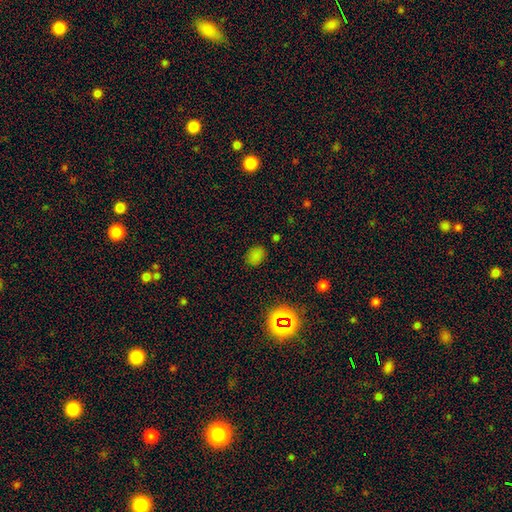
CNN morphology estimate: Smooth or featured? Predicted: smooth (p=0.73). How rounded? Predicted: in between (p=0.65). Merging? Predicted: none (p=0.83).